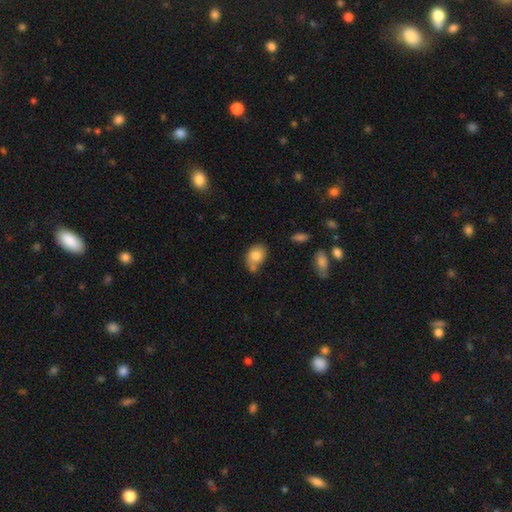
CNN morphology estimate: Overall: smooth (79%). How rounded: in between (66%; round 33%). Merging: none (45%; minor disturbance 25%).